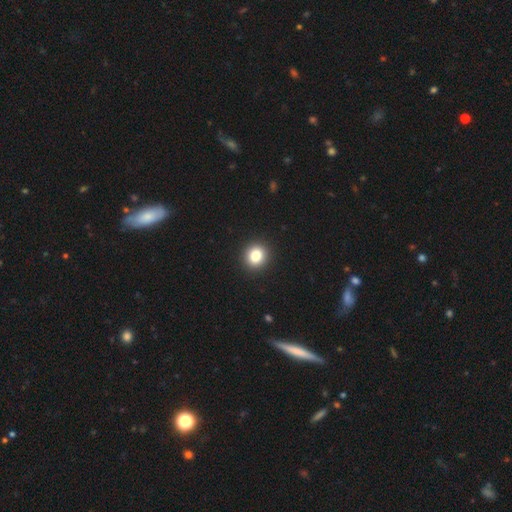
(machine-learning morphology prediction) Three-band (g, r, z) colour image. It shows a smooth galaxy with no disk features (83%) that is round (86%). Merging: none (93%).